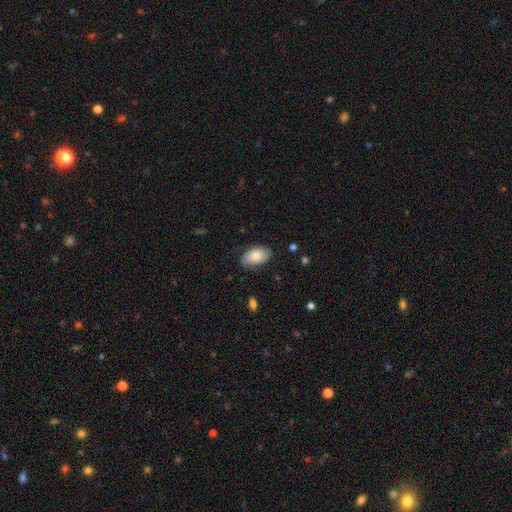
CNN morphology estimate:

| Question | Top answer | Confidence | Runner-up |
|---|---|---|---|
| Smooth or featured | smooth | 68% | featured or disk (26%) |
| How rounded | in between | 94% | round (5%) |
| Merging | none | 81% | minor disturbance (15%) |